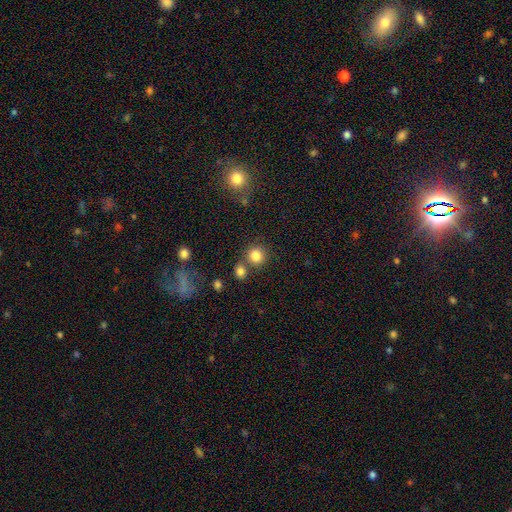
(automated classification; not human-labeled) Overall: smooth (83%). How rounded: round (89%). Merging: none (69%).